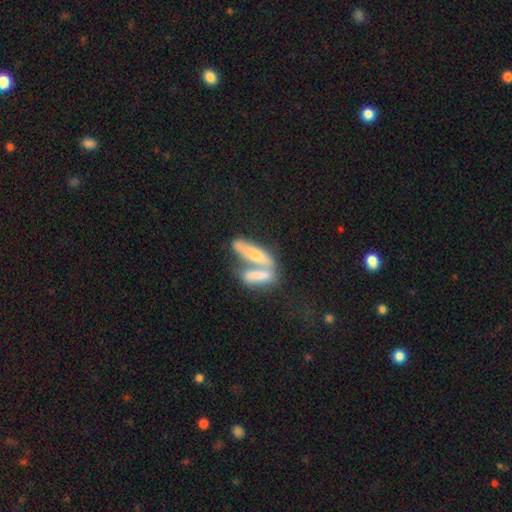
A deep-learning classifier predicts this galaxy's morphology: Smooth or featured? Predicted: smooth (p=0.48). Merging? Predicted: merger (p=0.62).